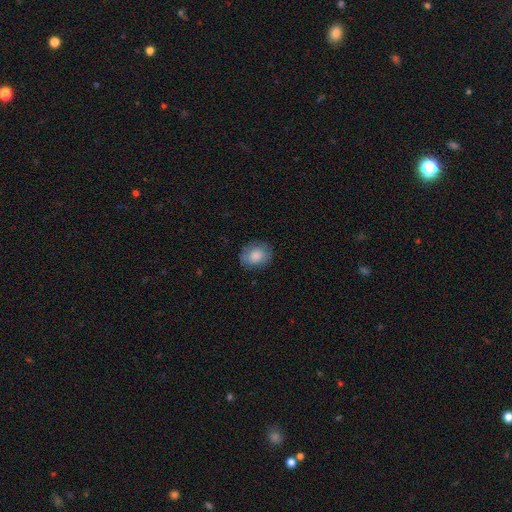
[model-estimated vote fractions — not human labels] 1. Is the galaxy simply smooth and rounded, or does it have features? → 79% smooth, 14% featured or disk, 8% star or artifact.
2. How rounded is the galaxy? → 52% round, 47% in between, 1% cigar-shaped.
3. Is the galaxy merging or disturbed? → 78% none, 16% minor disturbance, 5% major disturbance, 1% merger.